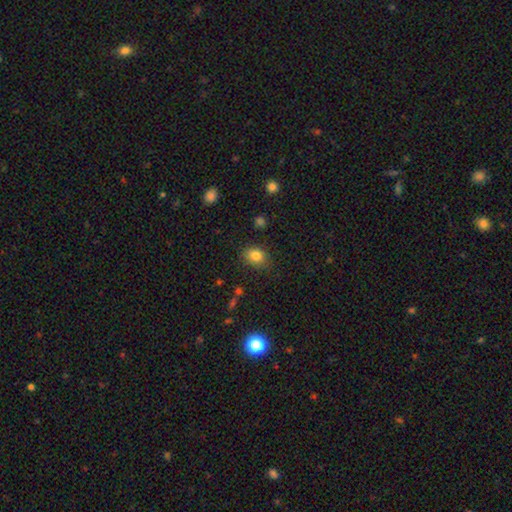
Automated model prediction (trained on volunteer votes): A smooth galaxy with no disk features (82%) that is in between round and cigar-shaped (57%). Merging: none (80%).